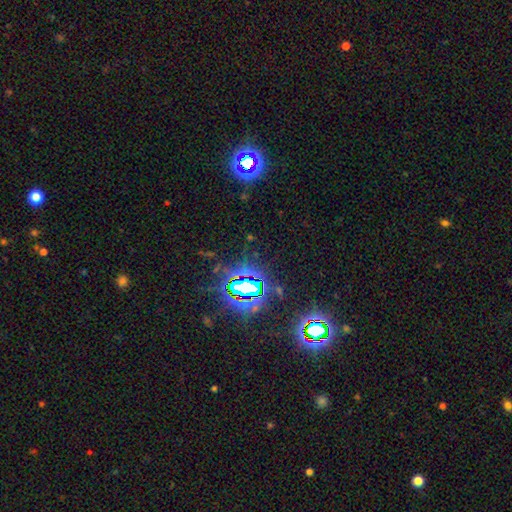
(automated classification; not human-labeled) Smooth or featured: star or artifact — 80% (smooth — 12%)